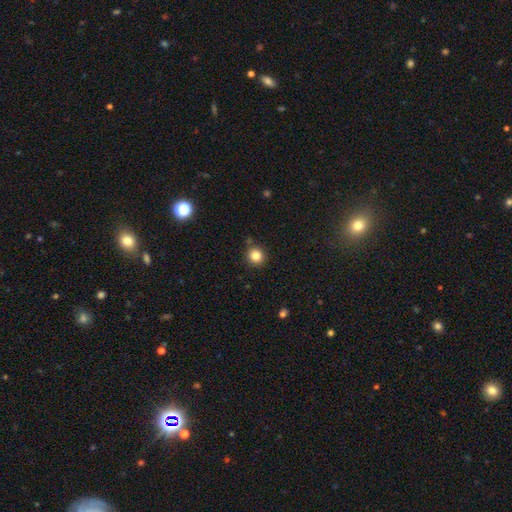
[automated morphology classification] Smooth or featured? smooth (83%)
How rounded? round (92%)
Merging? none (88%)